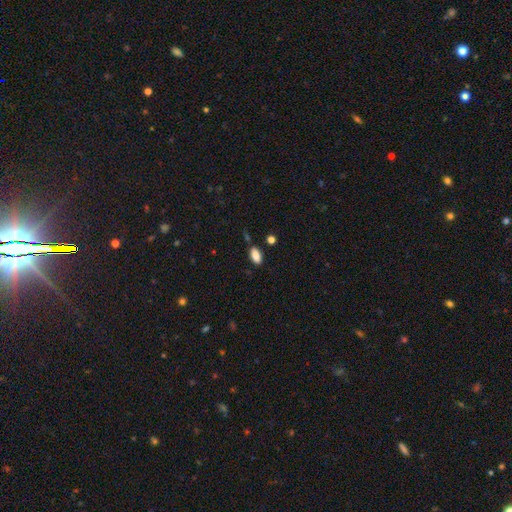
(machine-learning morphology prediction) smooth 87%, star or artifact 8%, featured or disk 5%. Down the decision tree: how rounded — in between (91%); merging — none (79%).